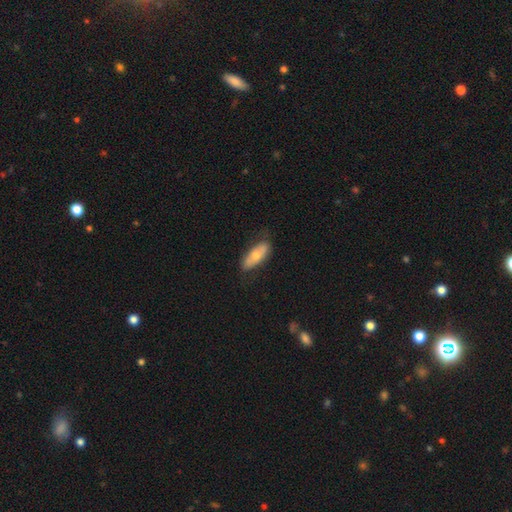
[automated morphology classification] Smooth or featured? Predicted: smooth (p=0.63). How rounded? Predicted: in between (p=0.71). Merging? Predicted: none (p=0.75).